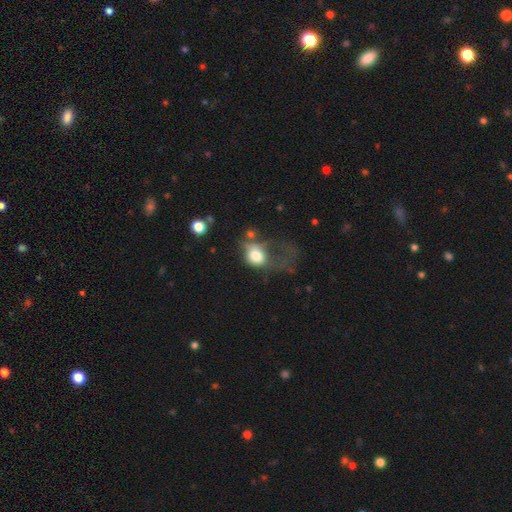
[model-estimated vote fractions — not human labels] Overall: smooth (69%). How rounded: in between (50%; round 48%). Merging: major disturbance (57%; minor disturbance 17%).